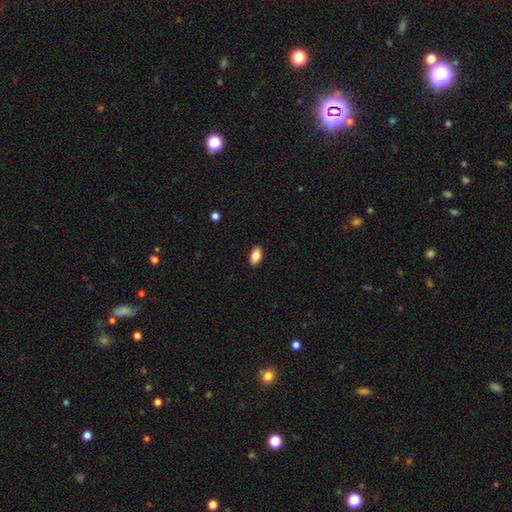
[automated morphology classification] Overall: smooth (86%). How rounded: in between (93%). Merging: none (90%).